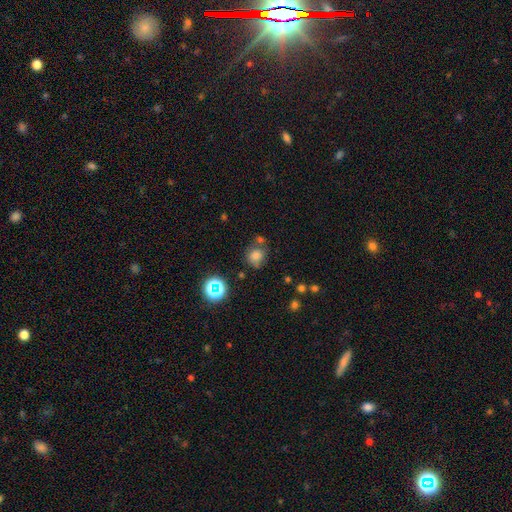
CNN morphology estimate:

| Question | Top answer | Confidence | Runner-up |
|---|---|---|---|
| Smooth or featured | smooth | 73% | star or artifact (18%) |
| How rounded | round | 78% | in between (21%) |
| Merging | none | 63% | minor disturbance (18%) |